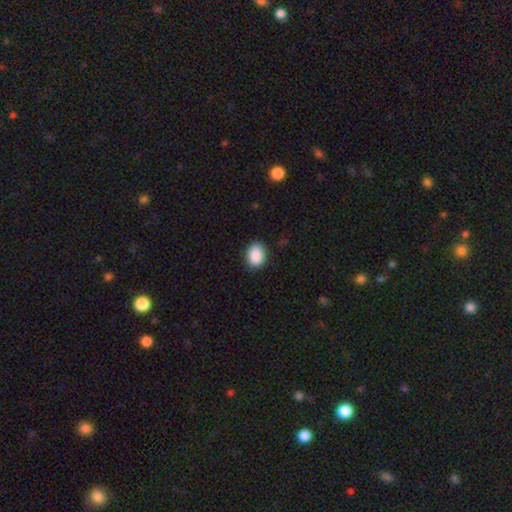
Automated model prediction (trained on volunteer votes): Smooth or featured?
  - smooth: 89% *
  - star or artifact: 8%
  - featured or disk: 3%
How rounded?
  - in between: 73% *
  - round: 26%
  - cigar-shaped: 1%
Merging?
  - none: 86% *
  - minor disturbance: 11%
  - major disturbance: 2%
  - merger: 1%